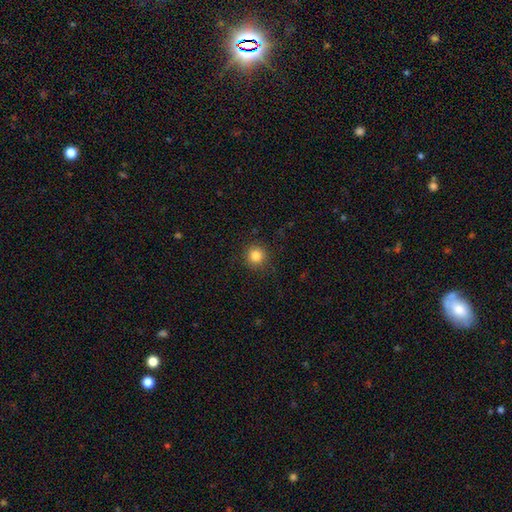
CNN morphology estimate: Smooth or featured?
  - smooth: 84% *
  - star or artifact: 11%
  - featured or disk: 4%
How rounded?
  - round: 94% *
  - in between: 5%
  - cigar-shaped: 1%
Merging?
  - none: 90% *
  - minor disturbance: 7%
  - major disturbance: 2%
  - merger: 1%